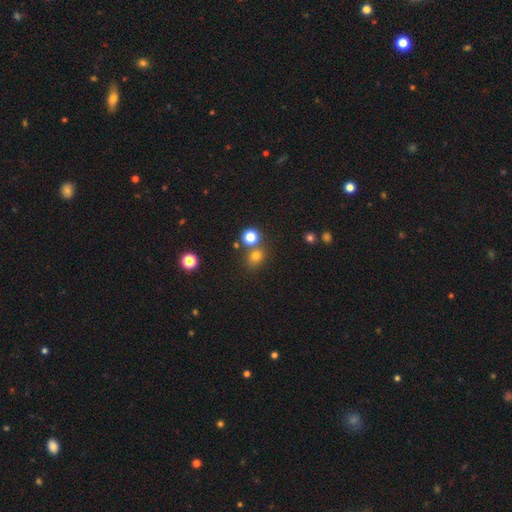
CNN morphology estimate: Smooth or featured: smooth — 72% (star or artifact — 20%)
How rounded: round — 73% (in between — 25%)
Merging: none — 65% (merger — 22%)